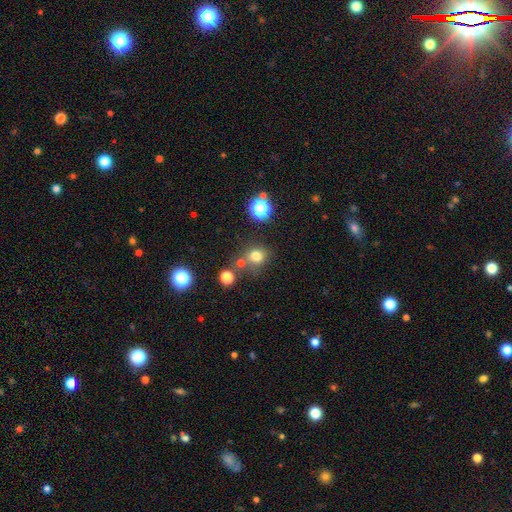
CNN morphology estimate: type=smooth (74%); roundness=round (82%); merging=none (67%).